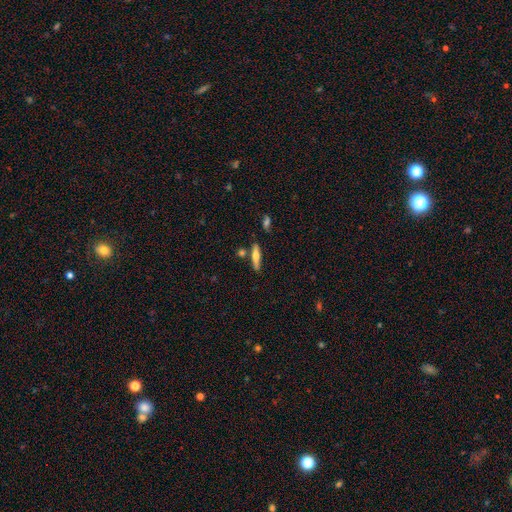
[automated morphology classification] Smooth or featured? smooth (51%)
How rounded? cigar-shaped (78%)
Merging? none (80%)